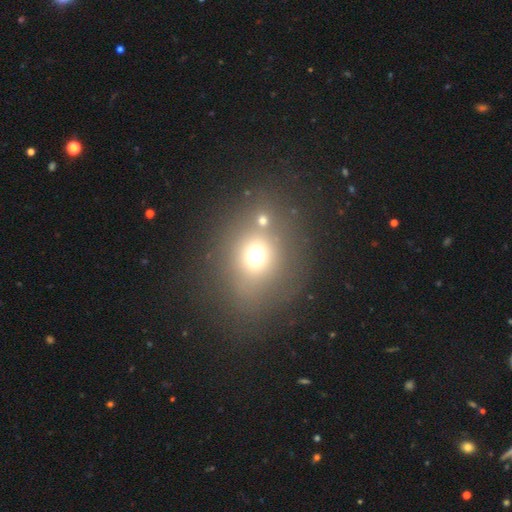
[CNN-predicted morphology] A smooth galaxy with no disk features (65%) that is round (76%). Merging: none (61%).